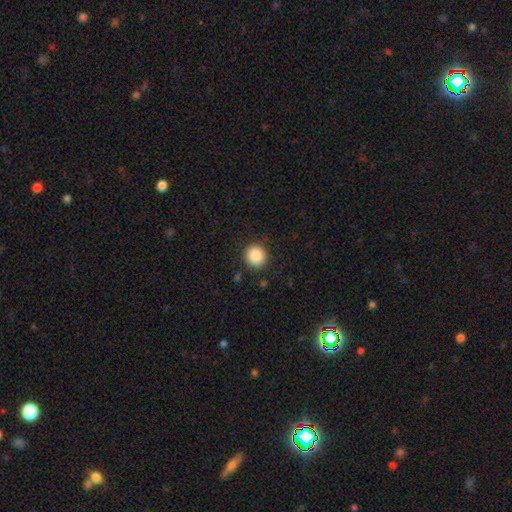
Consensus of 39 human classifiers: This is clearly a smooth galaxy (90%). How rounded: clearly round (94%). Merging: clearly none (86%).